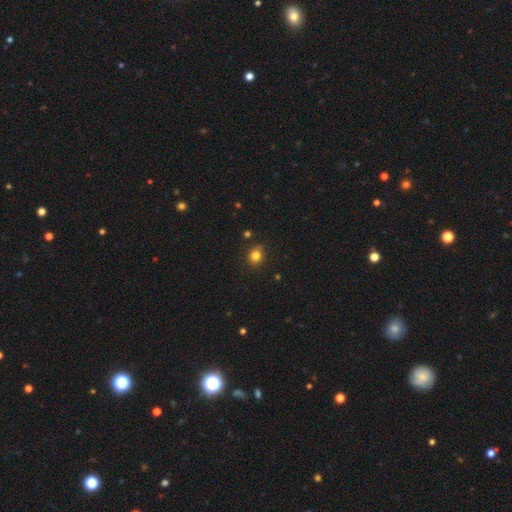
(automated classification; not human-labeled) Smooth or featured: smooth — 81% (star or artifact — 13%)
How rounded: round — 72% (in between — 27%)
Merging: none — 78% (minor disturbance — 16%)